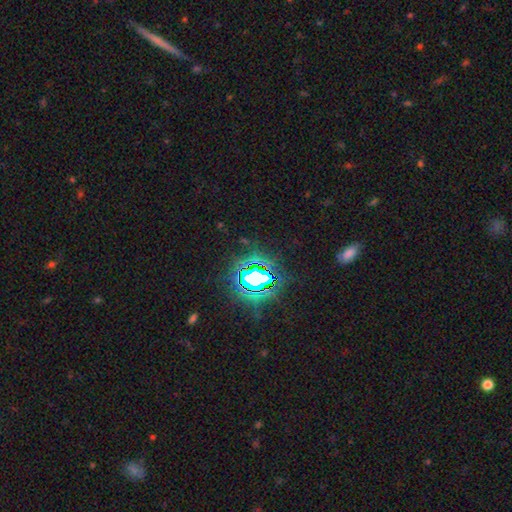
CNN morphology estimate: A star or artifact, not a galaxy (80%).